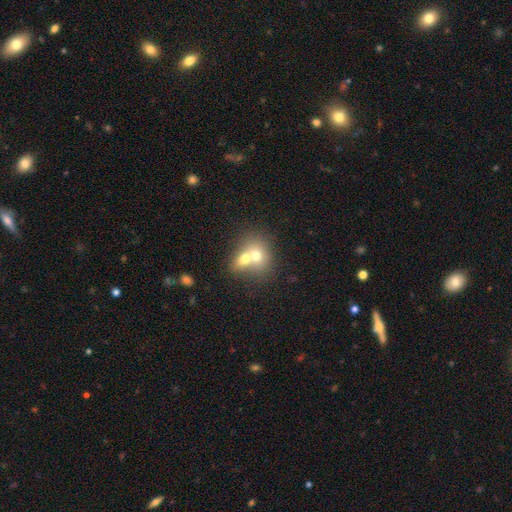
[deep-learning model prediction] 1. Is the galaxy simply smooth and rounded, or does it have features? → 64% smooth, 26% featured or disk, 10% star or artifact.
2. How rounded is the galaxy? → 54% round, 44% in between, 1% cigar-shaped.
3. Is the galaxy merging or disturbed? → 71% merger, 21% none, 5% minor disturbance, 3% major disturbance.